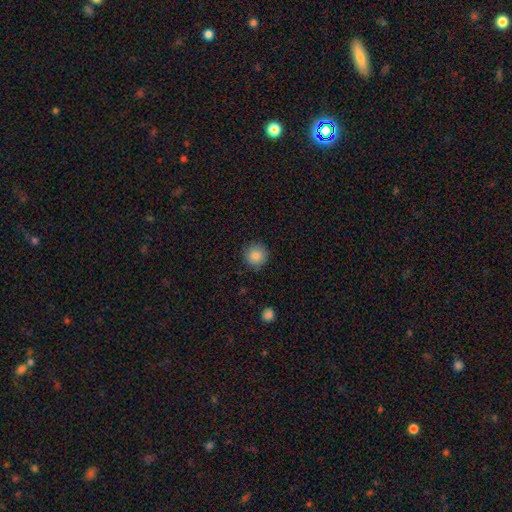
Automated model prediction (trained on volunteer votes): This appears to be a smooth galaxy with no disk features (87%) that is round (94%). Merging: none (89%).